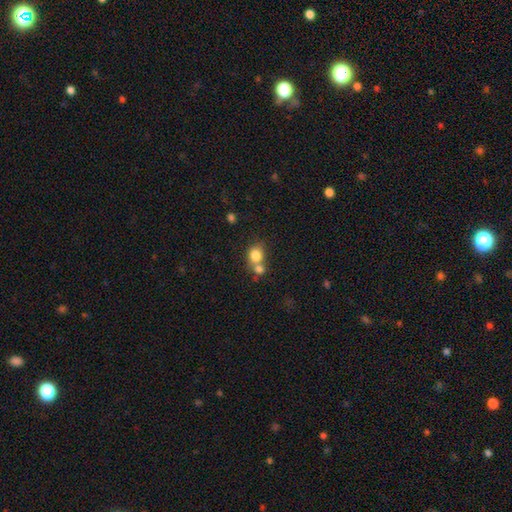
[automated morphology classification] Overall: smooth (80%). How rounded: round (70%). Merging: merger (48%; none 40%).